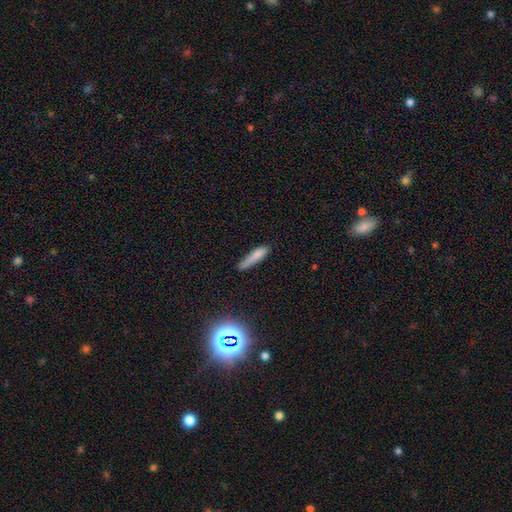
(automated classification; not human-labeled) smooth-or-featured: smooth: 79% | featured or disk: 13% | star or artifact: 8%
  how-rounded: cigar-shaped: 82% | in between: 16% | round: 2%
  merging: none: 63% | minor disturbance: 27% | major disturbance: 7% | merger: 3%